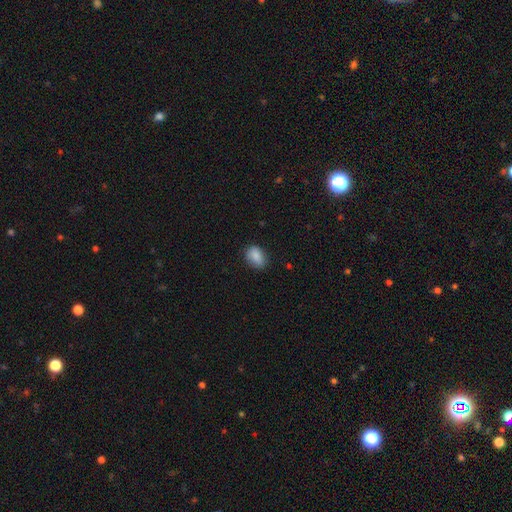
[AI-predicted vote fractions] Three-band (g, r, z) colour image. It shows a smooth galaxy with no disk features (86%) that is in between round and cigar-shaped (76%). Merging: none (77%).